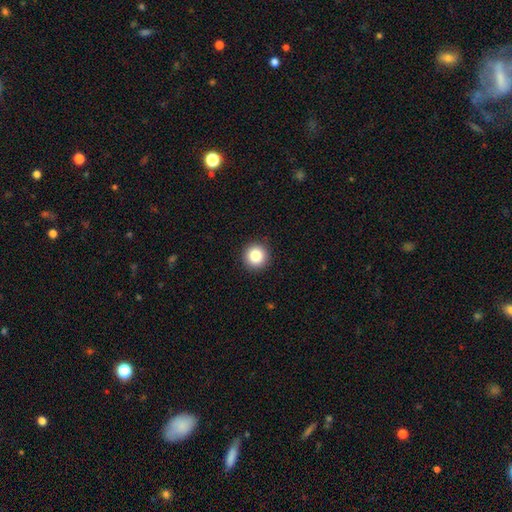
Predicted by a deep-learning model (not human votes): Smooth or featured?
  - smooth: 85% *
  - star or artifact: 10%
  - featured or disk: 5%
How rounded?
  - round: 95% *
  - in between: 4%
  - cigar-shaped: 1%
Merging?
  - none: 93% *
  - minor disturbance: 5%
  - major disturbance: 2%
  - merger: 1%